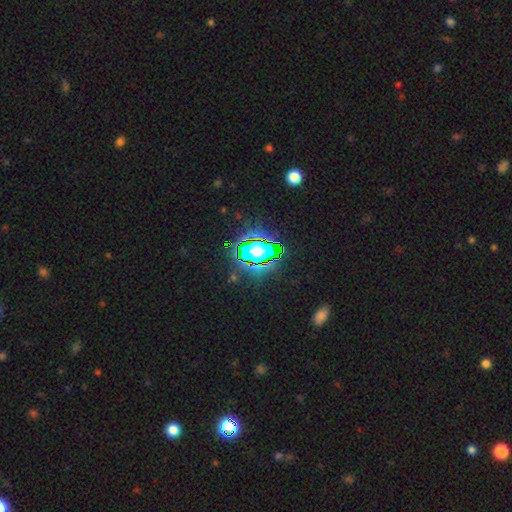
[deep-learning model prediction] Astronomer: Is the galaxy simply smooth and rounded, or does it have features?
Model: star or artifact — 64%.